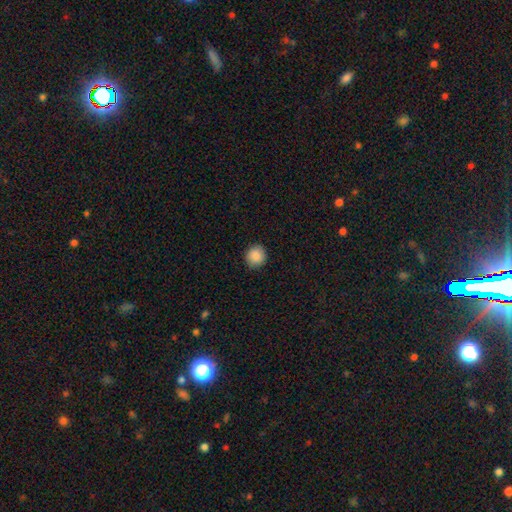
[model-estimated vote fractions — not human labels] Smooth or featured? Predicted: smooth (p=0.88). How rounded? Predicted: round (p=0.89). Merging? Predicted: none (p=0.90).